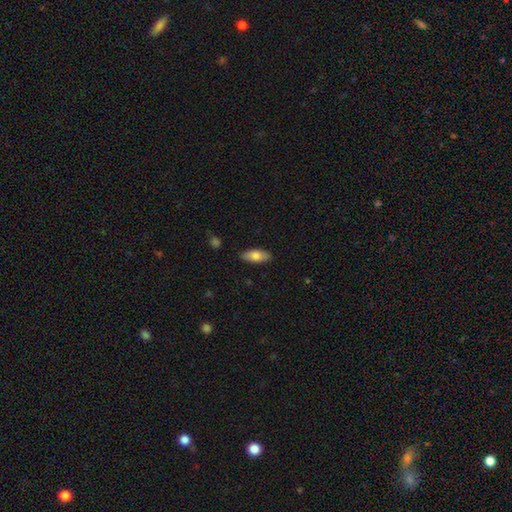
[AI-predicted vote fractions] Morphology: type=smooth (76%); roundness=in between (80%); merging=none (87%).